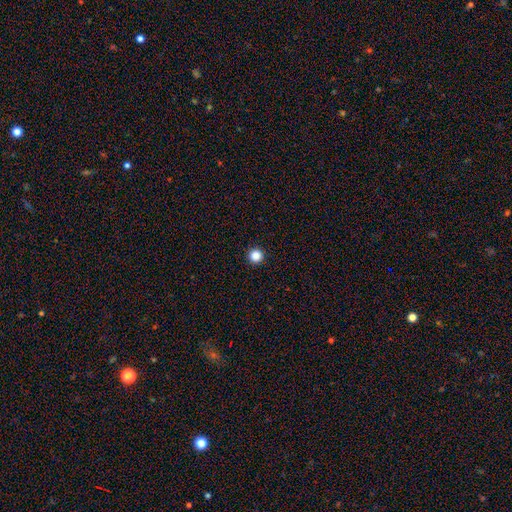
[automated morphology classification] Overall: smooth (86%). How rounded: round (97%). Merging: none (94%).